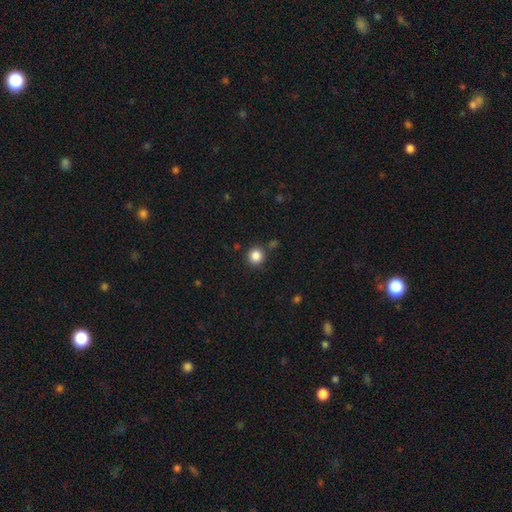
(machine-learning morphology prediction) Smooth or featured?
  - smooth: 85% *
  - star or artifact: 11%
  - featured or disk: 4%
How rounded?
  - round: 93% *
  - in between: 6%
  - cigar-shaped: 1%
Merging?
  - none: 85% *
  - minor disturbance: 8%
  - merger: 4%
  - major disturbance: 3%